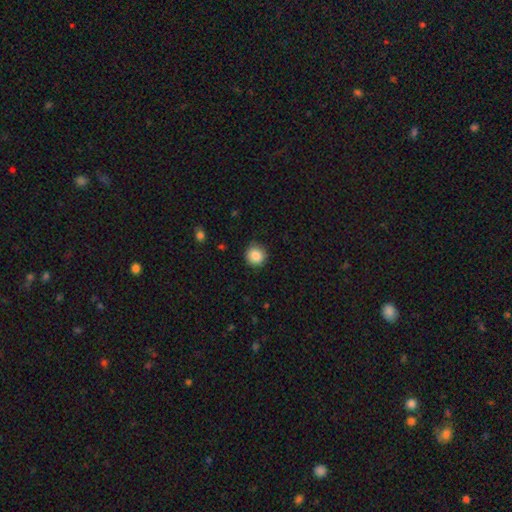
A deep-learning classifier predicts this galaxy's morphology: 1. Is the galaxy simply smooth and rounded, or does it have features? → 86% smooth, 9% star or artifact, 5% featured or disk.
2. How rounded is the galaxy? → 93% round, 6% in between, 1% cigar-shaped.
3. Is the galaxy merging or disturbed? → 88% none, 9% minor disturbance, 2% major disturbance, 1% merger.